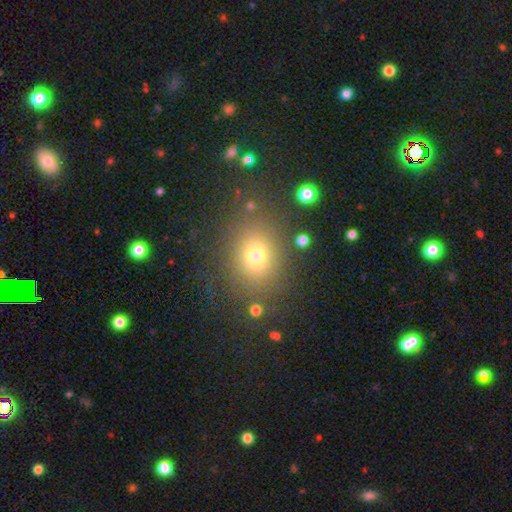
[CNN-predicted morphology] Smooth or featured?
  - smooth: 70% *
  - star or artifact: 19%
  - featured or disk: 12%
How rounded?
  - round: 59% *
  - in between: 40%
  - cigar-shaped: 1%
Merging?
  - none: 80% *
  - minor disturbance: 11%
  - major disturbance: 7%
  - merger: 3%